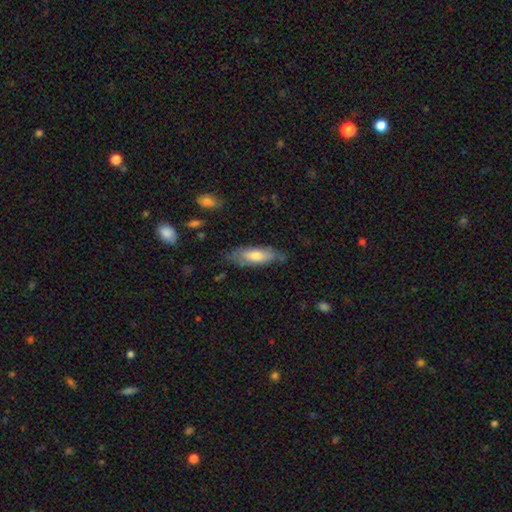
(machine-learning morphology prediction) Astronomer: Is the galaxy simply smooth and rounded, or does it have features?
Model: smooth — 64%.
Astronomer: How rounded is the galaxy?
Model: in between — 62%.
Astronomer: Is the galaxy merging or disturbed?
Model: none — 70%.